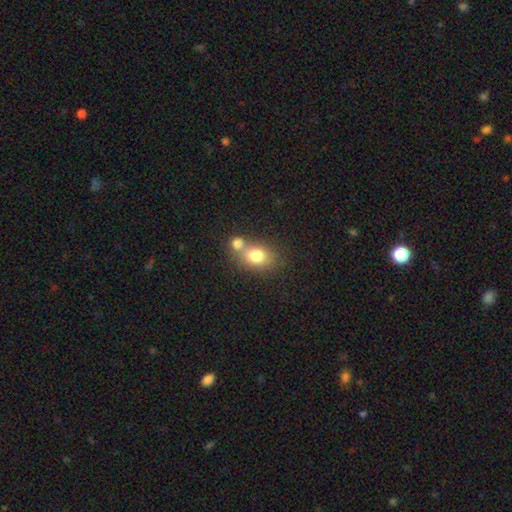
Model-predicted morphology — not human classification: Smooth or featured?
  - smooth: 78% *
  - featured or disk: 13%
  - star or artifact: 10%
How rounded?
  - in between: 55% *
  - round: 43%
  - cigar-shaped: 1%
Merging?
  - merger: 48% *
  - none: 39%
  - minor disturbance: 9%
  - major disturbance: 4%